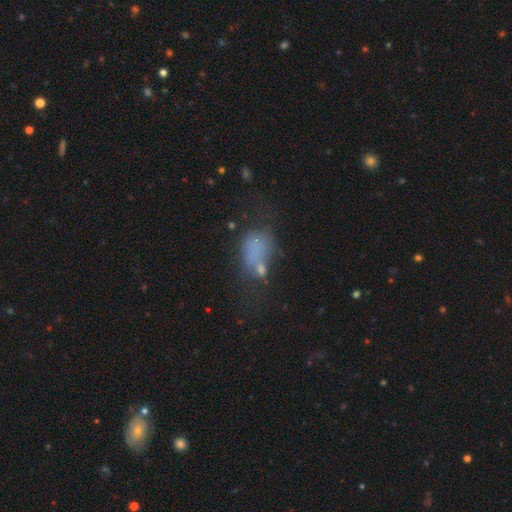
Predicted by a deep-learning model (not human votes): A smooth galaxy with no disk features (57%) that is in between round and cigar-shaped (79%). Merging: none (30%).